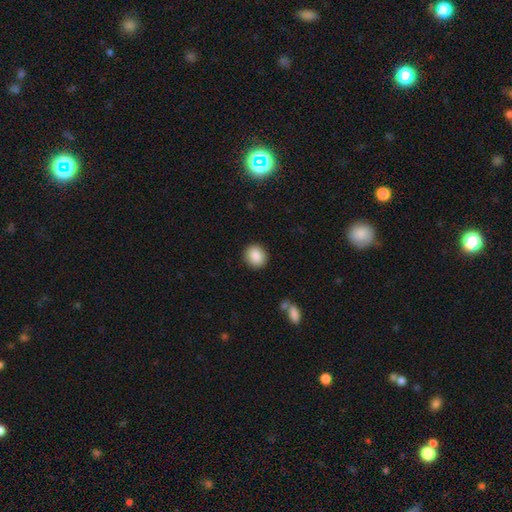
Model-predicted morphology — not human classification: smooth-or-featured: smooth: 88% | star or artifact: 8% | featured or disk: 4%
  how-rounded: round: 81% | in between: 18% | cigar-shaped: 1%
  merging: none: 90% | minor disturbance: 7% | major disturbance: 2% | merger: 1%